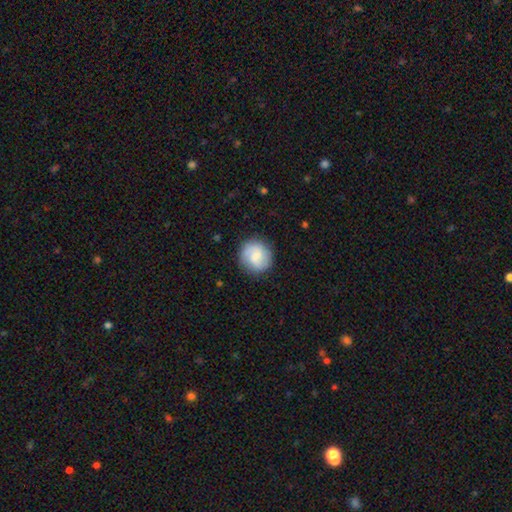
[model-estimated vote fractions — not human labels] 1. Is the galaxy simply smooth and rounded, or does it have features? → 57% smooth, 36% featured or disk, 7% star or artifact.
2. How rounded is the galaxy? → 90% round, 9% in between, 1% cigar-shaped.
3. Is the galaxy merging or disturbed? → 85% none, 11% minor disturbance, 4% major disturbance, 1% merger.